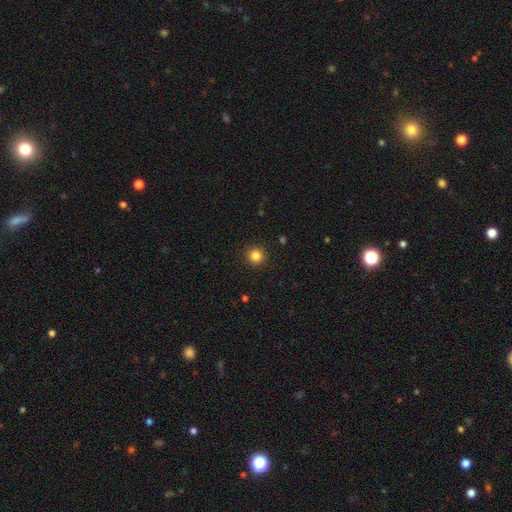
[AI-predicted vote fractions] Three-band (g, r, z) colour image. It shows a smooth galaxy with no disk features (83%) that is round (95%). Merging: none (93%).